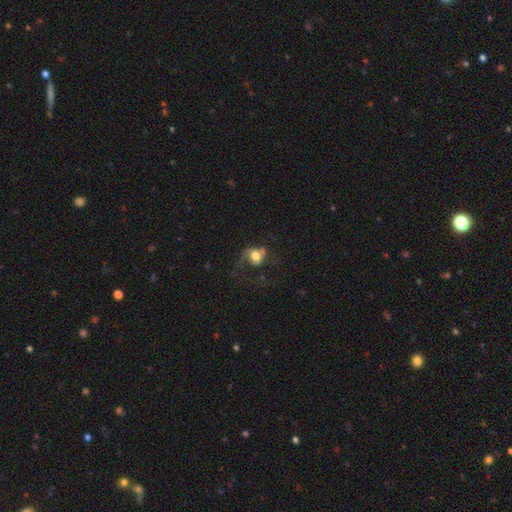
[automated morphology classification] Q: Smooth or featured?
A: smooth (59%); runner-up: featured or disk (31%)
Q: How rounded?
A: round (62%); runner-up: in between (37%)
Q: Merging?
A: major disturbance (41%); runner-up: none (28%)